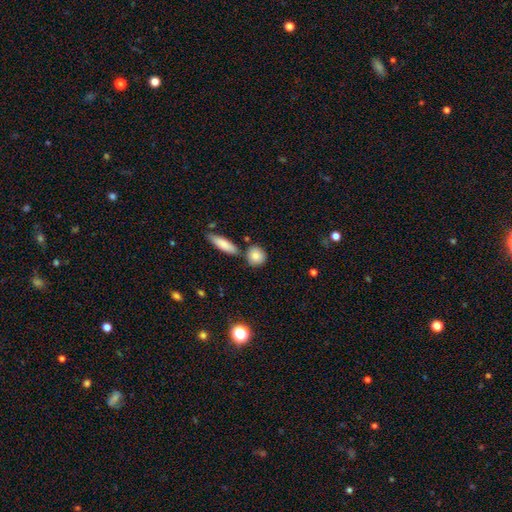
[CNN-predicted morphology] Smooth or featured?
  - smooth: 84% *
  - featured or disk: 8%
  - star or artifact: 8%
How rounded?
  - round: 80% *
  - in between: 16%
  - cigar-shaped: 4%
Merging?
  - none: 75% *
  - merger: 12%
  - minor disturbance: 10%
  - major disturbance: 3%